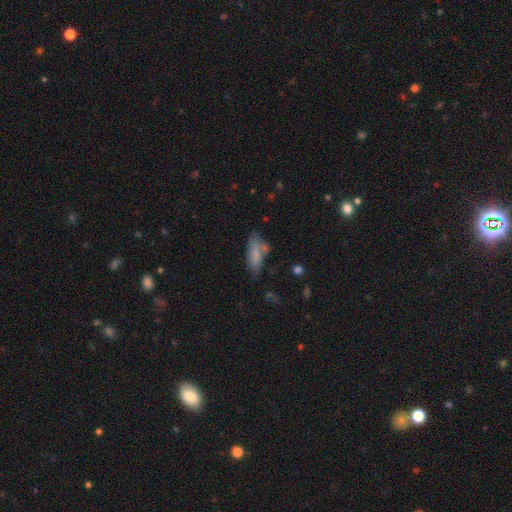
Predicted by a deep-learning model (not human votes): This is likely a smooth galaxy (76%). How rounded: likely in between (72%). Merging: possibly none (50%).